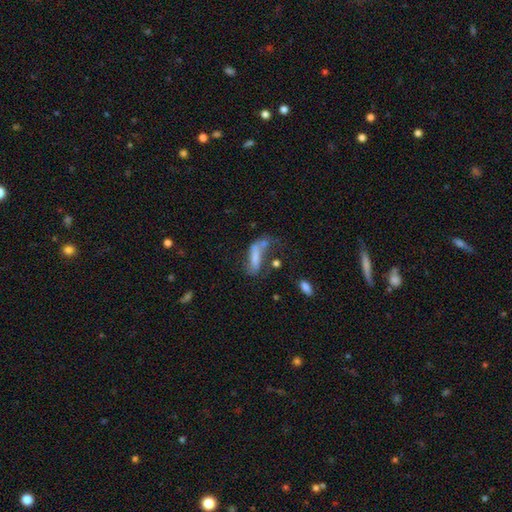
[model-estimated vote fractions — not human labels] Smooth or featured: smooth — 59% (featured or disk — 29%)
How rounded: cigar-shaped — 58% (in between — 40%)
Merging: major disturbance — 32% (none — 26%)